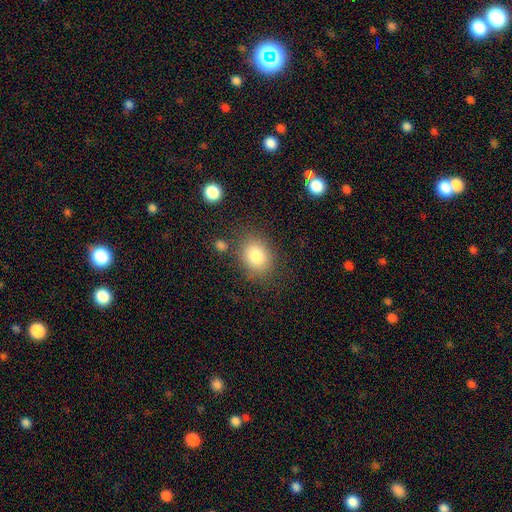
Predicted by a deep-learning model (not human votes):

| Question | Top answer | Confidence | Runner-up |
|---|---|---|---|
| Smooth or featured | smooth | 82% | star or artifact (9%) |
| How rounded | in between | 51% | round (48%) |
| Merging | none | 77% | minor disturbance (14%) |